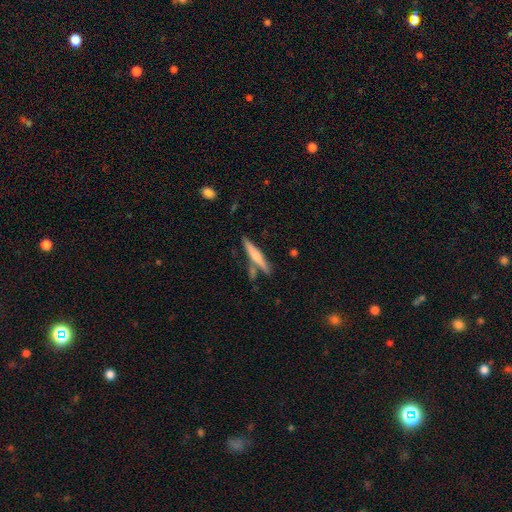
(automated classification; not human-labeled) smooth_or_featured: smooth (p=0.50) [alt: featured or disk p=0.45]
merging: none (p=0.73) [alt: minor disturbance p=0.12]